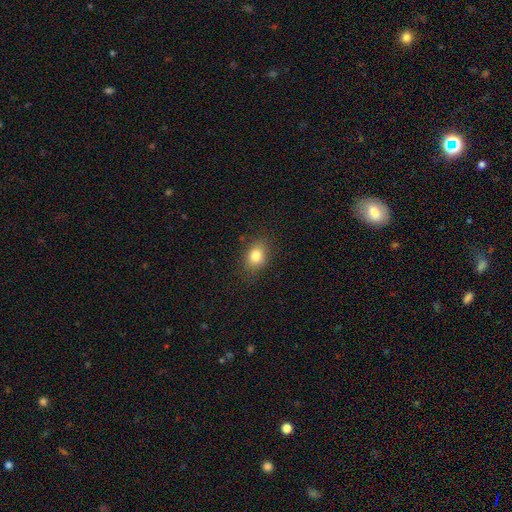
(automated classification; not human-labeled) The model was most divided on "how rounded": in between: 65%, round: 33%, cigar-shaped: 1%. More confident: merging — none (83%); smooth or featured — smooth (81%).